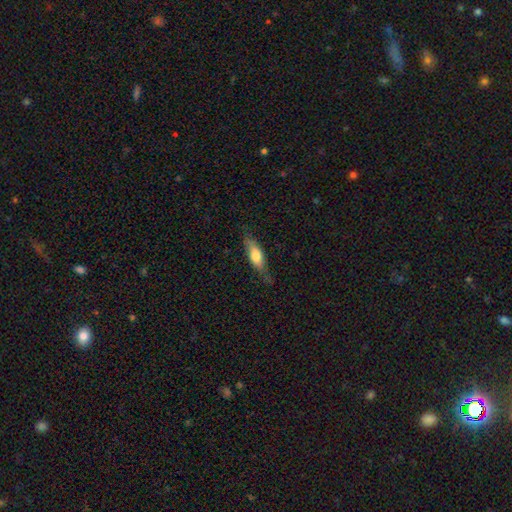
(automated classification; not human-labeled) smooth_or_featured: smooth (p=0.64) [alt: featured or disk p=0.30]
how_rounded: in between (p=0.55) [alt: cigar-shaped p=0.42]
merging: none (p=0.68) [alt: minor disturbance p=0.25]